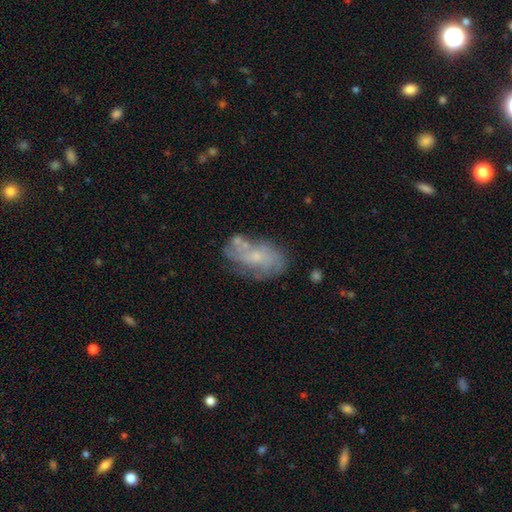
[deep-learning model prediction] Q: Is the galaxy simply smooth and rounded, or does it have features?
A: featured or disk — 60%.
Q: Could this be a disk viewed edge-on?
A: no — 95%.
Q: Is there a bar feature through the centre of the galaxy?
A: no — 75%.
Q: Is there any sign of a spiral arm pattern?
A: yes — 69%.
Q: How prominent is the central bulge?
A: small — 65%.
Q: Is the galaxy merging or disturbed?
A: none — 62%.